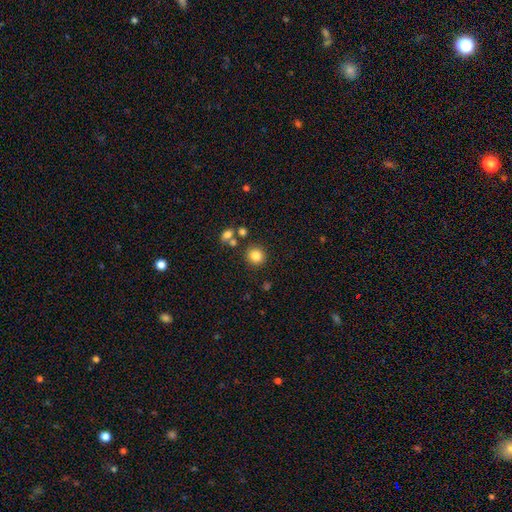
smooth 89%, featured or disk 8%, star or artifact 3%. Down the decision tree: how rounded — round (94%); merging — none (80%).